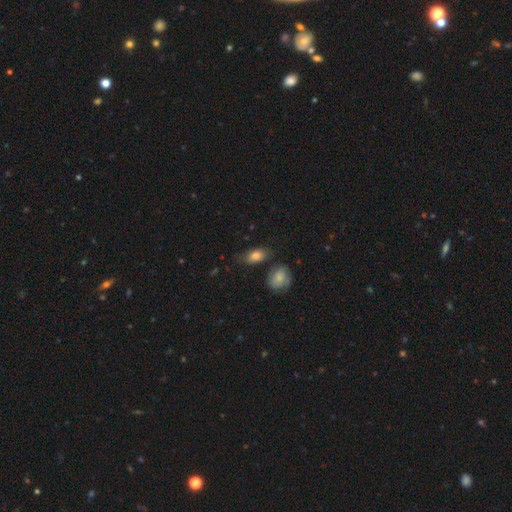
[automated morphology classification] smooth 82%, featured or disk 11%, star or artifact 8%. Down the decision tree: how rounded — in between (85%); merging — none (65%).